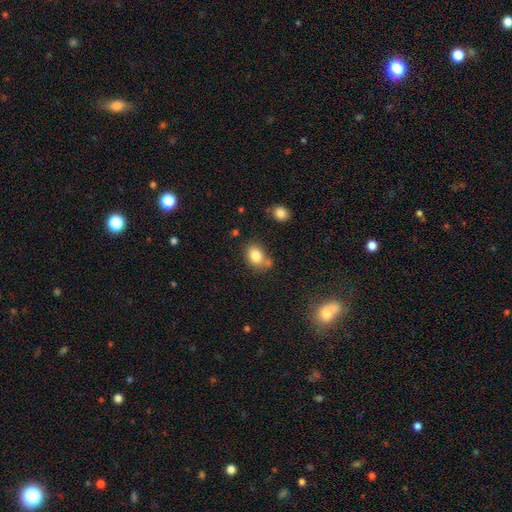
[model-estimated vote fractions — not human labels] Morphology: type=smooth (82%); roundness=in between (61%); merging=none (62%).